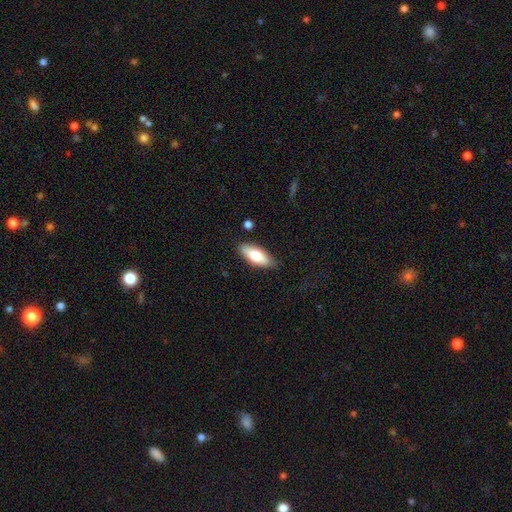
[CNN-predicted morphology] Smooth or featured: smooth — 71% (featured or disk — 23%)
How rounded: in between — 77% (cigar-shaped — 21%)
Merging: none — 84% (minor disturbance — 12%)